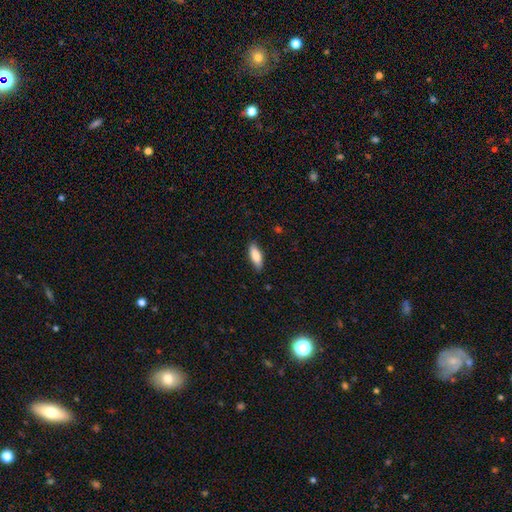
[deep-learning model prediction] Smooth or featured: smooth — 84% (featured or disk — 10%)
How rounded: in between — 70% (cigar-shaped — 28%)
Merging: none — 85% (minor disturbance — 12%)